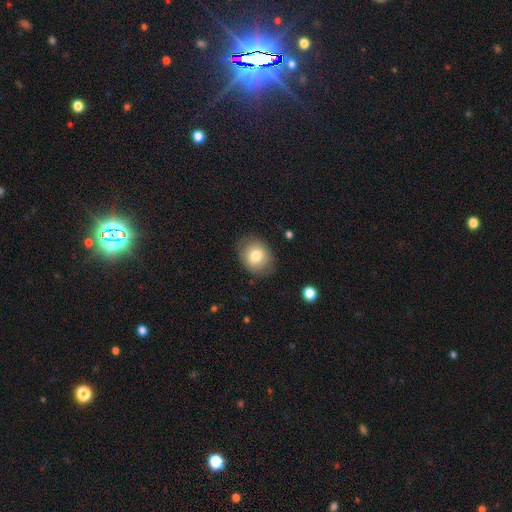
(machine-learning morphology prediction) A smooth galaxy with no disk features (78%) that is round (51%).

Vote fractions:
- Smooth or featured? smooth: 78% / featured or disk: 14% / star or artifact: 8%
- How rounded? round: 51% / in between: 48% / cigar-shaped: 1%
- Merging? none: 79% / minor disturbance: 16% / major disturbance: 4% / merger: 1%